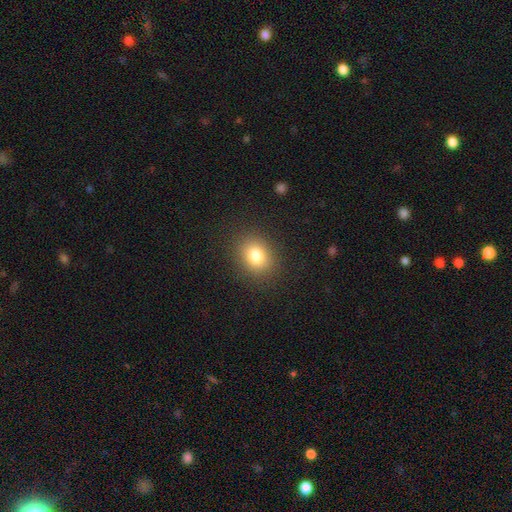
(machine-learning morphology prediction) This appears to be a smooth galaxy with no disk features (81%) that is round (52%). Merging: none (87%).